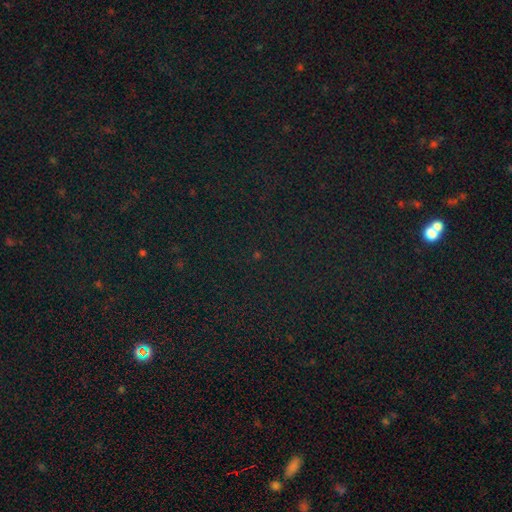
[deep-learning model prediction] The model was most divided on "smooth or featured": star or artifact: 79%, smooth: 14%, featured or disk: 7%.